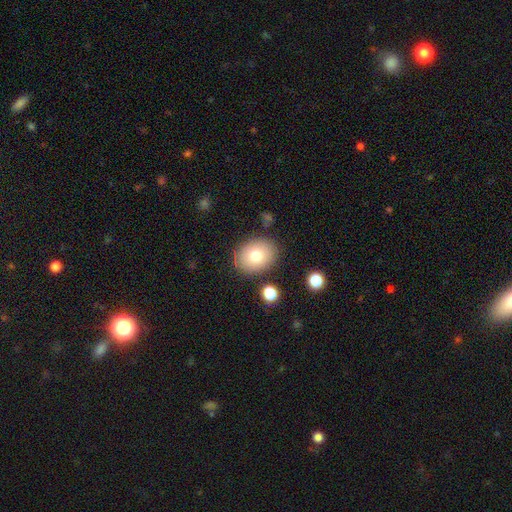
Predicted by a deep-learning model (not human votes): Smooth or featured? smooth (75%)
How rounded? in between (51%)
Merging? none (85%)